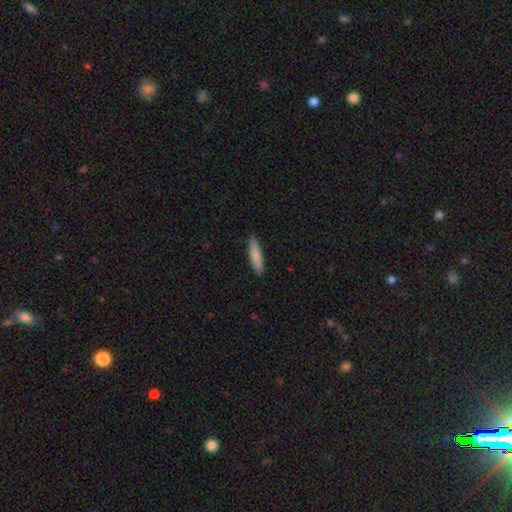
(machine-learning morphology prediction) This appears to be a smooth galaxy with no disk features (81%) that is cigar-shaped (79%). Merging: none (89%).